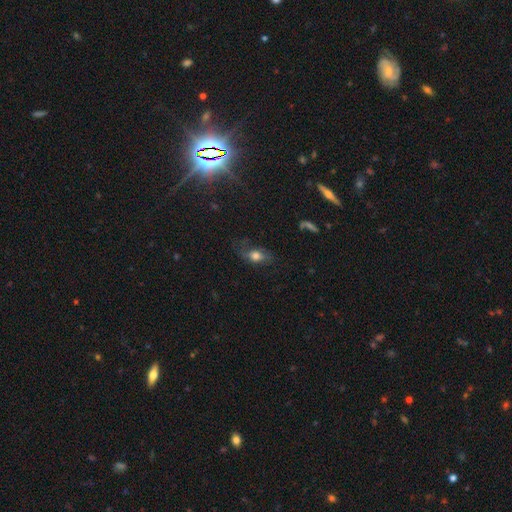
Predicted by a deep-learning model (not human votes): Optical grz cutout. It shows a smooth galaxy with no disk features (58%) that is in between round and cigar-shaped (77%). Merging: none (49%).